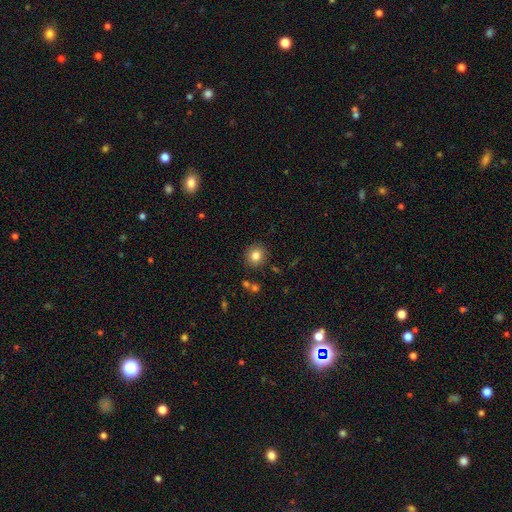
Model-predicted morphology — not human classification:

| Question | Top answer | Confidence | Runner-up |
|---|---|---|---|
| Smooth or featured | smooth | 82% | star or artifact (11%) |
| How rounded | round | 86% | in between (13%) |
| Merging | none | 87% | minor disturbance (7%) |